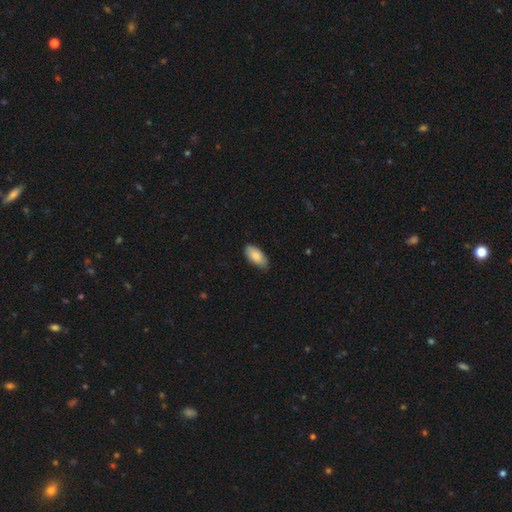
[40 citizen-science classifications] Smooth or featured?
  - smooth: 85% *
  - featured or disk: 15%
  - star or artifact: 0%
How rounded?
  - in between: 91% *
  - cigar-shaped: 6%
  - round: 3%
Merging?
  - none: 90% *
  - minor disturbance: 10%
  - major disturbance: 0%
  - merger: 0%